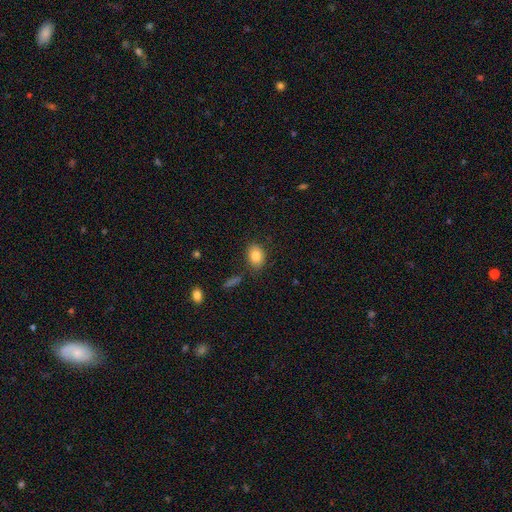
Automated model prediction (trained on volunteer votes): Morphology: type=smooth (84%); roundness=in between (74%); merging=none (81%).